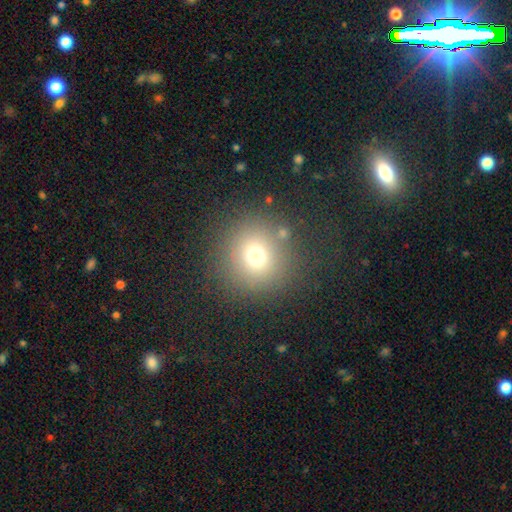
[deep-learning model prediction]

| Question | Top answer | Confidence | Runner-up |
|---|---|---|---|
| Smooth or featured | smooth | 70% | star or artifact (19%) |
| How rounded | round | 93% | in between (6%) |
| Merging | none | 83% | minor disturbance (8%) |